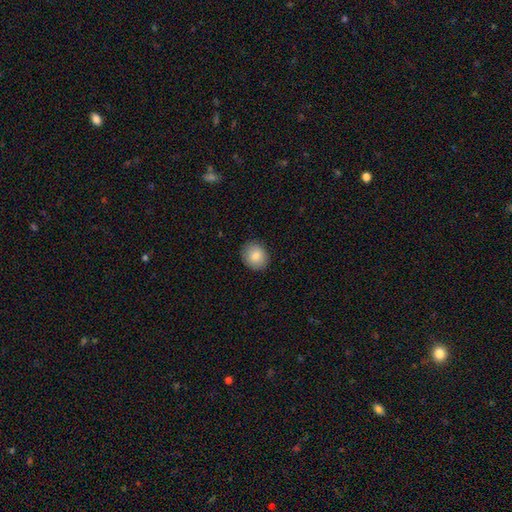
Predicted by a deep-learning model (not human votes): smooth_or_featured: smooth (p=0.84) [alt: featured or disk p=0.08]
how_rounded: round (p=0.63) [alt: in between p=0.36]
merging: none (p=0.88) [alt: minor disturbance p=0.09]